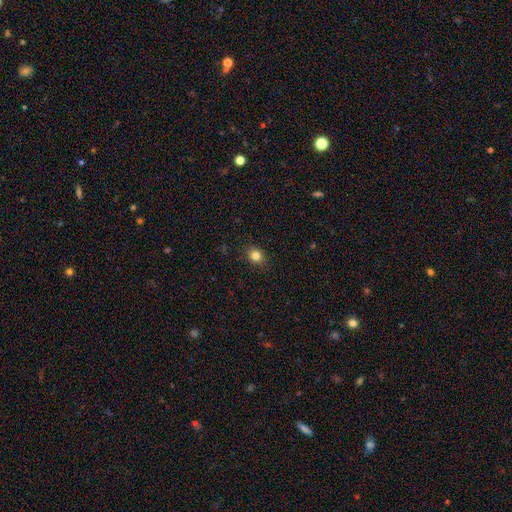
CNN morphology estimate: smooth 82%, star or artifact 12%, featured or disk 6%. Down the decision tree: how rounded — round (58%); merging — none (88%).